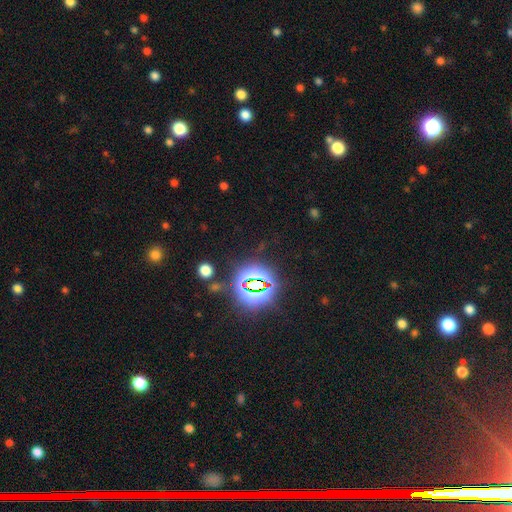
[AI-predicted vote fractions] Smooth or featured? Predicted: star or artifact (p=0.81).